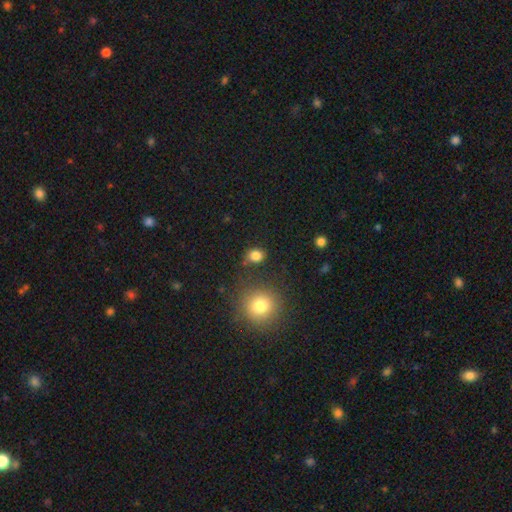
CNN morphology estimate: smooth_or_featured: smooth (p=0.82) [alt: star or artifact p=0.13]
how_rounded: round (p=0.67) [alt: in between p=0.32]
merging: none (p=0.77) [alt: minor disturbance p=0.13]